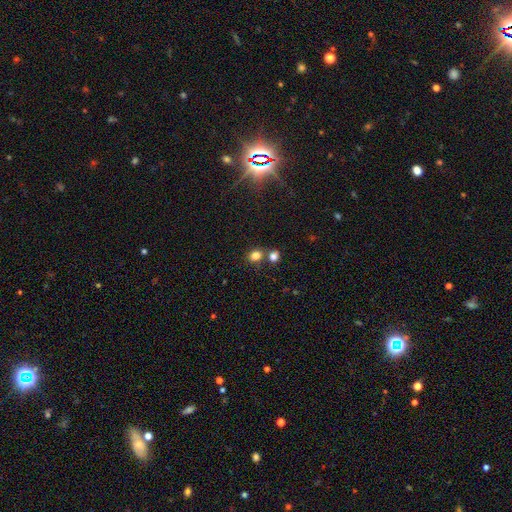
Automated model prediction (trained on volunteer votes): This is likely a smooth galaxy (80%). How rounded: possibly round (58%). Merging: likely none (63%).